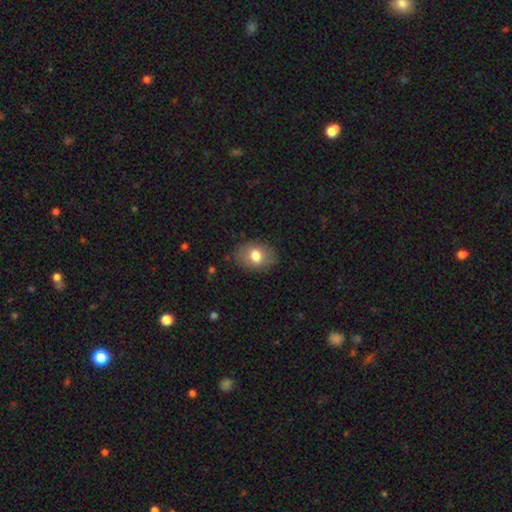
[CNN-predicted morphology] A smooth galaxy with no disk features (76%) that is in between round and cigar-shaped (74%). Merging: none (83%).